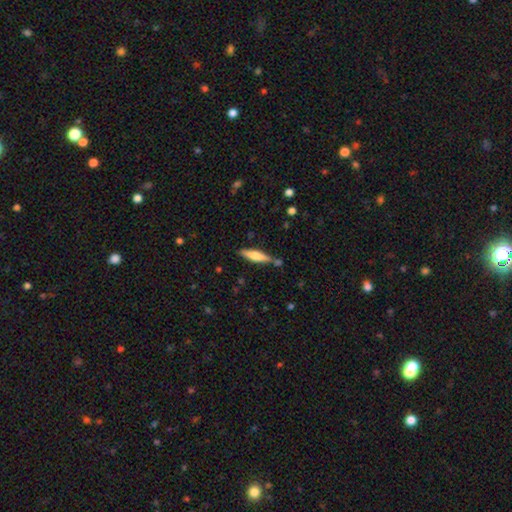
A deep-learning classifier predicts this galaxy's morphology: Smooth or featured?
  - smooth: 53% *
  - featured or disk: 41%
  - star or artifact: 6%
How rounded?
  - cigar-shaped: 78% *
  - in between: 20%
  - round: 2%
Merging?
  - none: 77% *
  - minor disturbance: 13%
  - merger: 7%
  - major disturbance: 3%